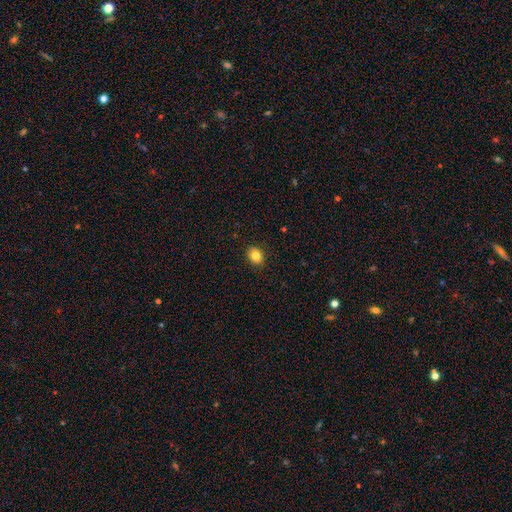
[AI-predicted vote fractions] Smooth or featured? smooth (83%)
How rounded? round (59%)
Merging? none (90%)